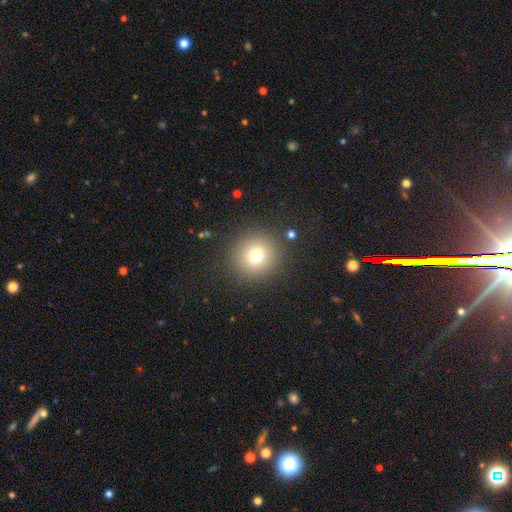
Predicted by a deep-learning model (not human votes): Smooth or featured? smooth (75%)
How rounded? round (93%)
Merging? none (88%)